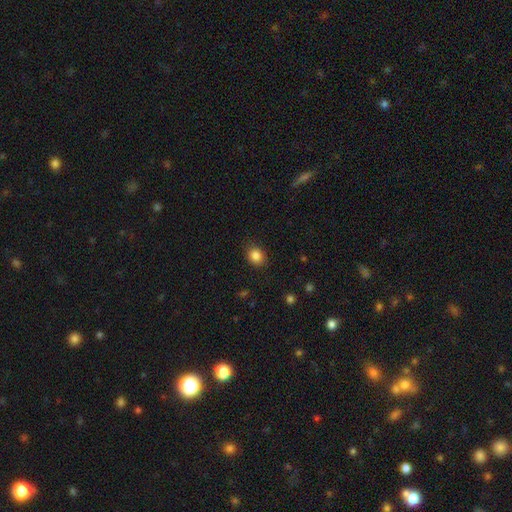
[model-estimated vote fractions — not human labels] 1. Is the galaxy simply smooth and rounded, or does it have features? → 85% smooth, 10% star or artifact, 5% featured or disk.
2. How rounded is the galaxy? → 55% round, 44% in between, 1% cigar-shaped.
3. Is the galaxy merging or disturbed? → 87% none, 10% minor disturbance, 3% major disturbance, 1% merger.